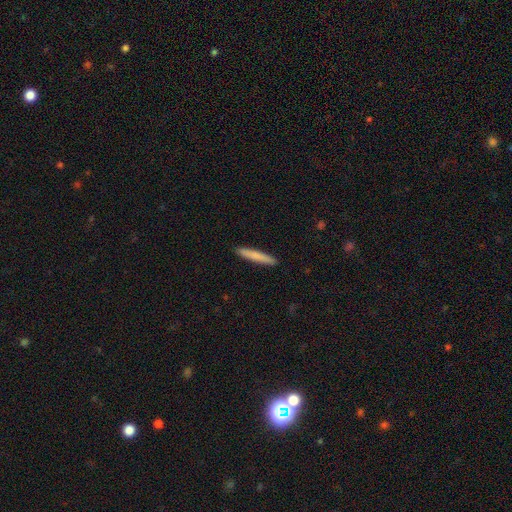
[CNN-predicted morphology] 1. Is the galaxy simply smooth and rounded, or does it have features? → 78% smooth, 16% featured or disk, 5% star or artifact.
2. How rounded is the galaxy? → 95% cigar-shaped, 4% in between, 1% round.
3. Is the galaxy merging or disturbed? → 92% none, 6% minor disturbance, 1% major disturbance, 1% merger.